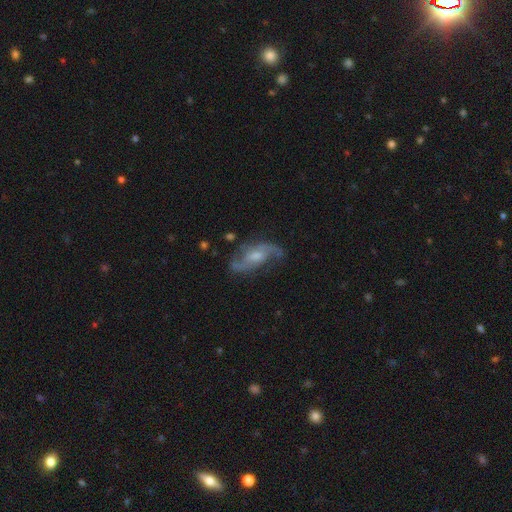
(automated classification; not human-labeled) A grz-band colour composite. It shows a featured or disk galaxy (85%) with no bar (44%), 2 (87%) loose (50%) spiral arms (95%) and a moderate central bulge (46%). Merging: none (70%).